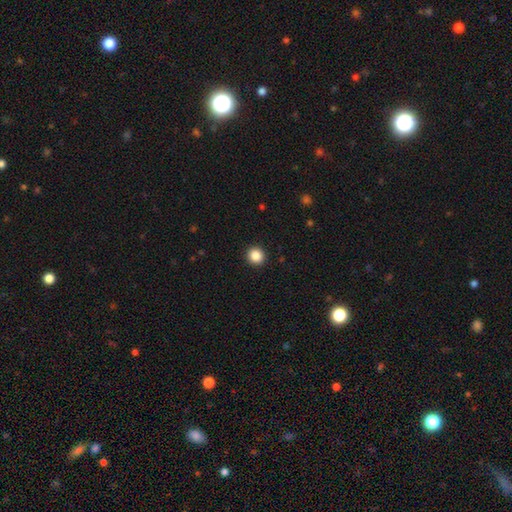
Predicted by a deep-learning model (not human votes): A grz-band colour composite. It shows a smooth galaxy with no disk features (87%) that is round (90%). Merging: none (93%).